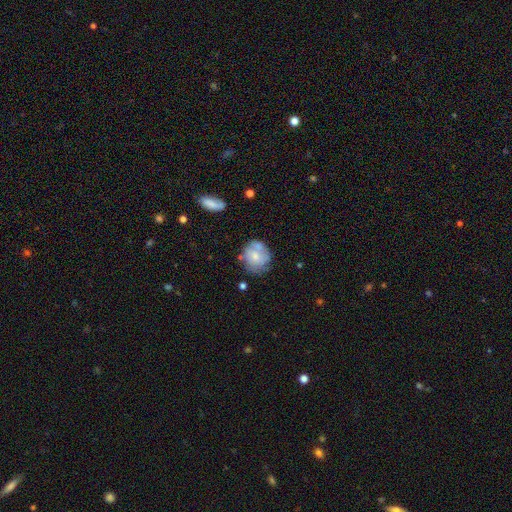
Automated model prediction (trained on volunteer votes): Smooth or featured? Predicted: smooth (p=0.55). How rounded? Predicted: round (p=0.80). Merging? Predicted: none (p=0.56).